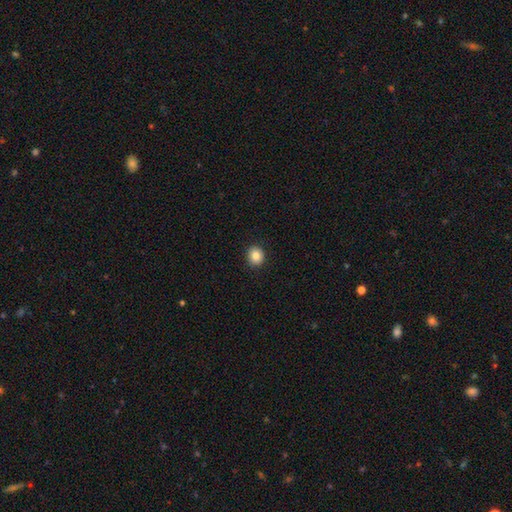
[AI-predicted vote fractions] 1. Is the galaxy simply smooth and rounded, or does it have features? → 85% smooth, 9% star or artifact, 5% featured or disk.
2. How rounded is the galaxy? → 82% round, 17% in between, 1% cigar-shaped.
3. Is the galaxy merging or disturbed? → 92% none, 6% minor disturbance, 2% major disturbance, 1% merger.